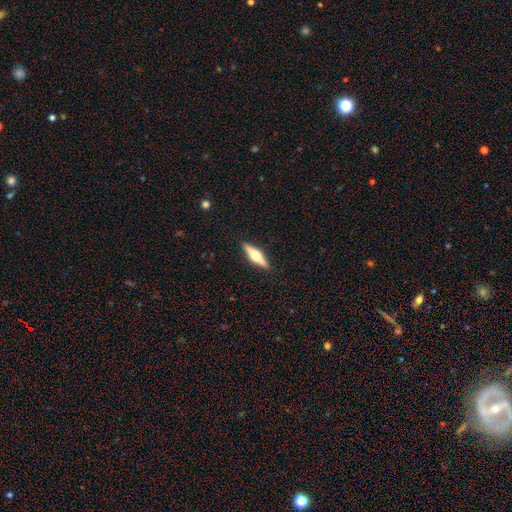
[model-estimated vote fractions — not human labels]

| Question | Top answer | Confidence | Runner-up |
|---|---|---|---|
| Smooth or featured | featured or disk | 64% | smooth (31%) |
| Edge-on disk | yes | 97% | no (3%) |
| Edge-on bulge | rounded | 96% | boxy (3%) |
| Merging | none | 91% | minor disturbance (7%) |